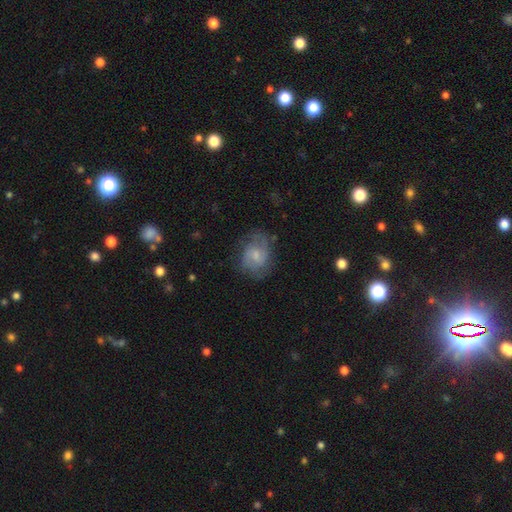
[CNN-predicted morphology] type=featured or disk (61%); edge-on=no (97%); bar=weak (49%); spiral arms=yes (86%); winding=medium (49%); arm count=2 (67%); bulge=small (49%); merging=none (61%).